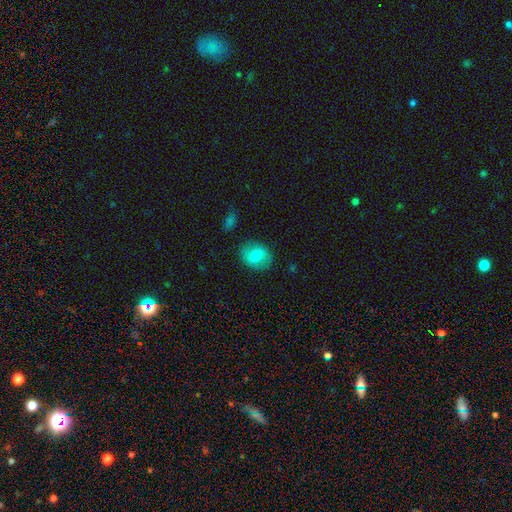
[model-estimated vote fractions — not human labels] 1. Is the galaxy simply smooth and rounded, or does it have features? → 72% smooth, 20% featured or disk, 8% star or artifact.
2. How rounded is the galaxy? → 54% in between, 45% round, 1% cigar-shaped.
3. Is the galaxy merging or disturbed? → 81% none, 13% minor disturbance, 4% major disturbance, 2% merger.